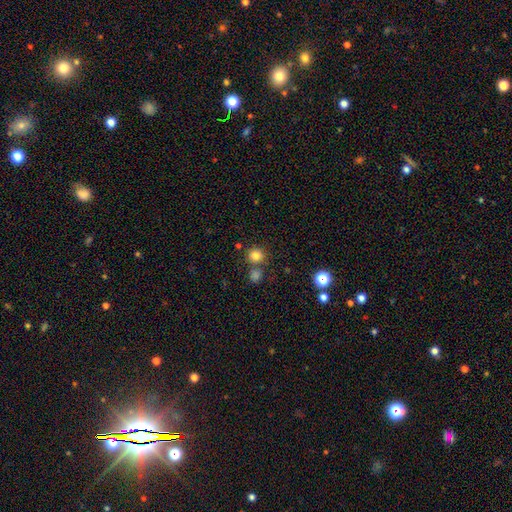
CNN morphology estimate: This appears to be a smooth galaxy with no disk features (81%) that is round (87%). Merging: none (72%).